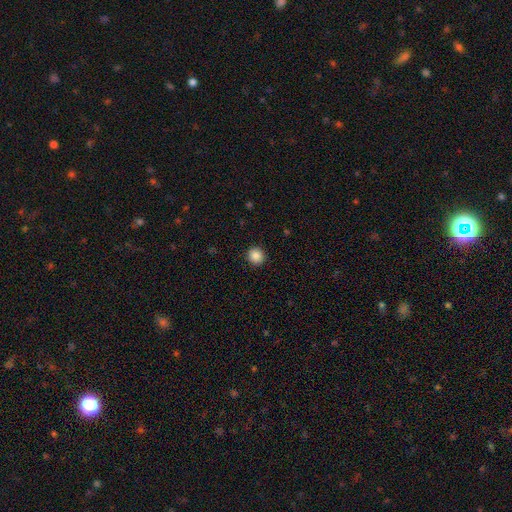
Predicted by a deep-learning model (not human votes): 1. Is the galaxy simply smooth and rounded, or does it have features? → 87% smooth, 10% star or artifact, 3% featured or disk.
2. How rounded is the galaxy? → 92% round, 7% in between, 1% cigar-shaped.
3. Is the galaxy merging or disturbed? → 92% none, 5% minor disturbance, 2% major disturbance, 1% merger.